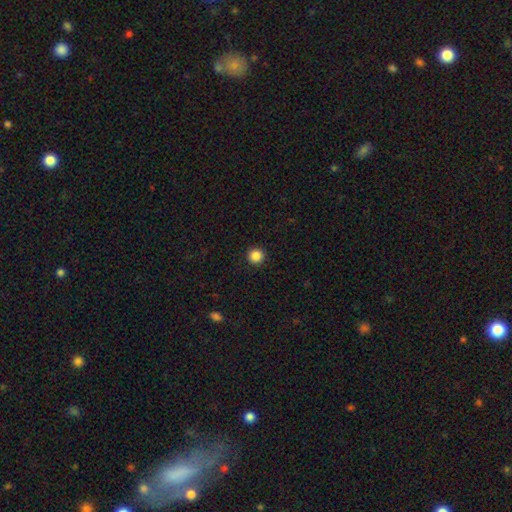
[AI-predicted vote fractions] Overall: smooth (86%). How rounded: round (96%). Merging: none (93%).